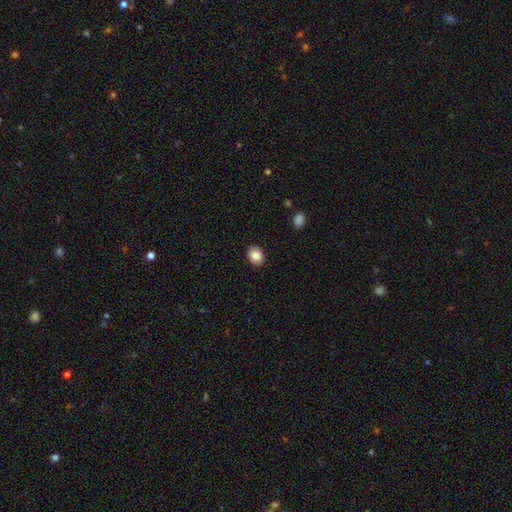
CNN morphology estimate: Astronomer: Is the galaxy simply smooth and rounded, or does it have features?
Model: smooth — 84%.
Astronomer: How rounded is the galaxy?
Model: in between — 58% (runner-up: round, 42%).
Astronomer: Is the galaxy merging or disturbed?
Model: none — 89%.